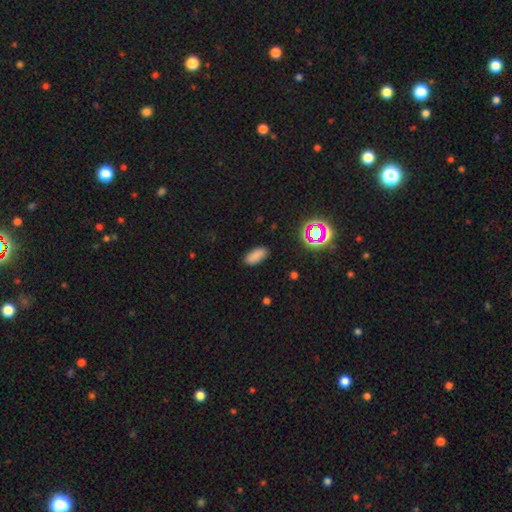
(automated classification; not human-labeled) Morphology: type=smooth (82%); roundness=in between (87%); merging=none (88%).